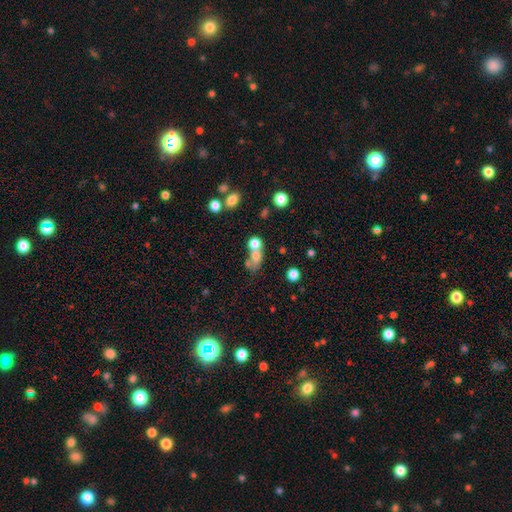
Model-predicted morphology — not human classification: Smooth or featured? Predicted: smooth (p=0.68). How rounded? Predicted: round (p=0.50). Merging? Predicted: merger (p=0.52).